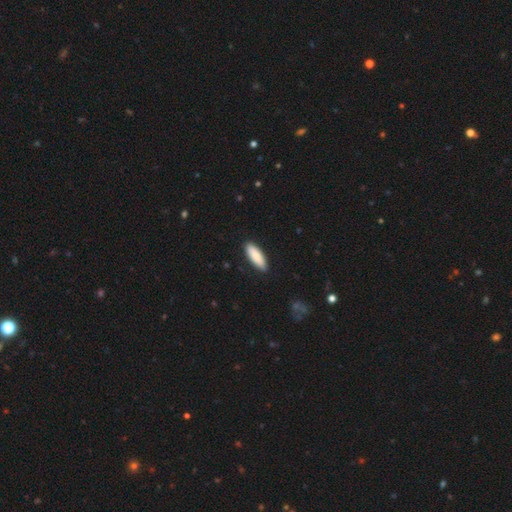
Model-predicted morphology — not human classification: Smooth or featured? Predicted: smooth (p=0.88). How rounded? Predicted: in between (p=0.60). Merging? Predicted: none (p=0.89).